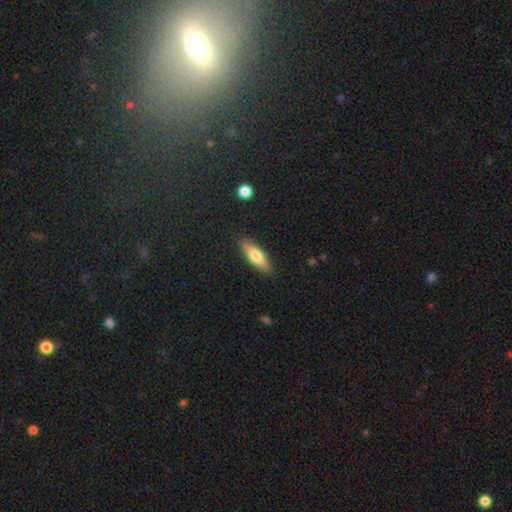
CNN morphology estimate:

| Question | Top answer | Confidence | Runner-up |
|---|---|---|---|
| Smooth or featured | smooth | 66% | featured or disk (28%) |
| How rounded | cigar-shaped | 51% | in between (47%) |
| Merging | none | 87% | minor disturbance (10%) |